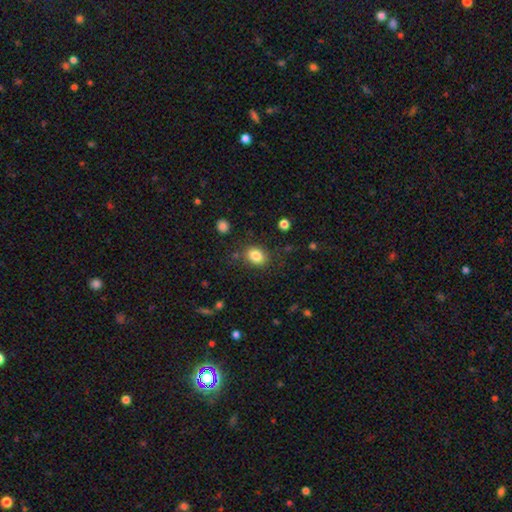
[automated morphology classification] Smooth or featured: smooth — 84% (star or artifact — 10%)
How rounded: in between — 60% (round — 39%)
Merging: none — 80% (minor disturbance — 12%)